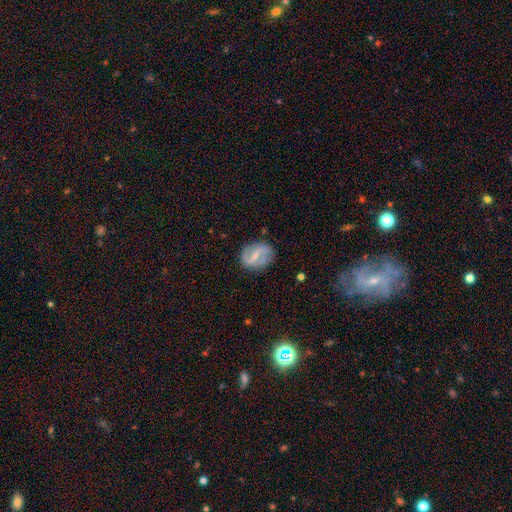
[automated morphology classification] smooth_or_featured: featured or disk (p=0.72) [alt: smooth p=0.22]
disk_edge_on: no (p=0.97) [alt: yes p=0.03]
bar: weak (p=0.43) [tied with: strong p=0.43]
has_spiral_arms: yes (p=0.80) [alt: no p=0.20]
spiral_winding: medium (p=0.42) [alt: loose p=0.37]
spiral_arm_count: 2 (p=0.85) [alt: can't tell p=0.09]
bulge_size: small (p=0.61) [alt: moderate p=0.28]
merging: none (p=0.79) [alt: minor disturbance p=0.15]